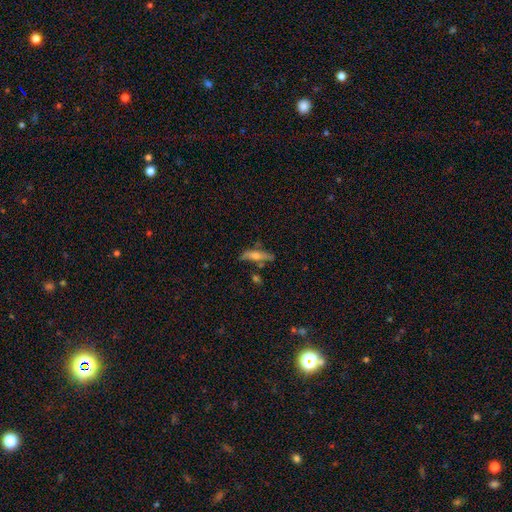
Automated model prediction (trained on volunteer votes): smooth 47%, featured or disk 46%, star or artifact 7%. Down the decision tree: merging — none (63%).